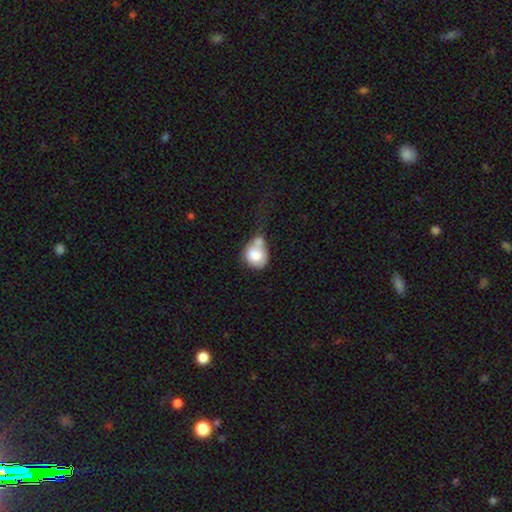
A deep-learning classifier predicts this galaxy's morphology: Smooth or featured: smooth — 75% (featured or disk — 17%)
How rounded: round — 63% (in between — 35%)
Merging: merger — 48% (none — 20%)